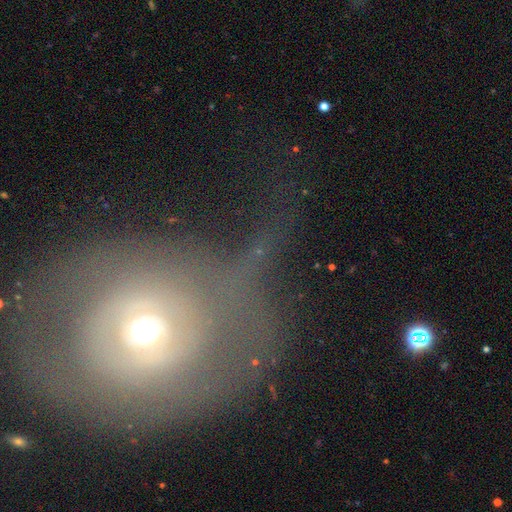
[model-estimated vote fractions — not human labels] smooth-or-featured: featured or disk: 53% | smooth: 34% | star or artifact: 13%
  disk-edge-on: no: 92% | yes: 8%
  merging: major disturbance: 45% | none: 33% | minor disturbance: 16% | merger: 5%